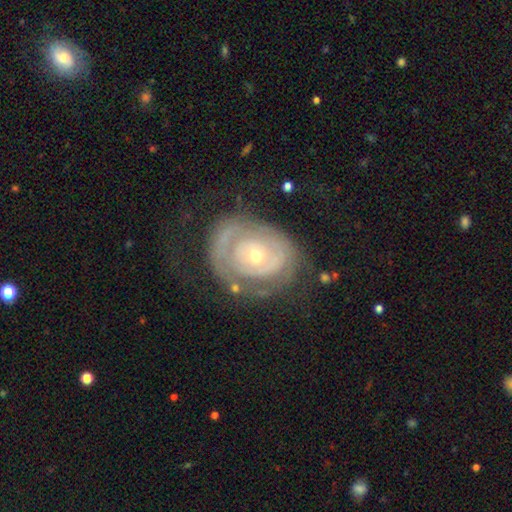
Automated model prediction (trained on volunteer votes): smooth_or_featured: featured or disk (p=0.77) [alt: smooth p=0.17]
disk_edge_on: no (p=0.96) [alt: yes p=0.04]
bar: no (p=0.81) [alt: weak p=0.14]
has_spiral_arms: yes (p=0.68) [alt: no p=0.32]
spiral_winding: tight (p=0.71) [alt: medium p=0.19]
spiral_arm_count: can't tell (p=0.42) [alt: 2 p=0.28]
bulge_size: moderate (p=0.48) [tied with: small p=0.48]
merging: none (p=0.59) [alt: minor disturbance p=0.21]